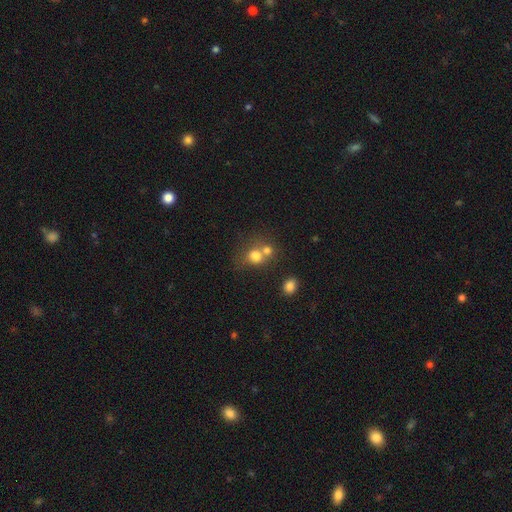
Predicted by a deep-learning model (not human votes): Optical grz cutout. It shows a smooth galaxy with no disk features (75%) that is round (74%). Merging: merger (51%).